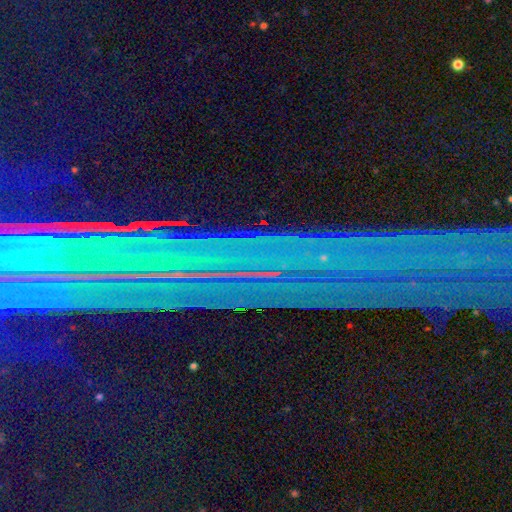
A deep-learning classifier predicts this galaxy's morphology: star or artifact 81%, featured or disk 11%, smooth 8%.